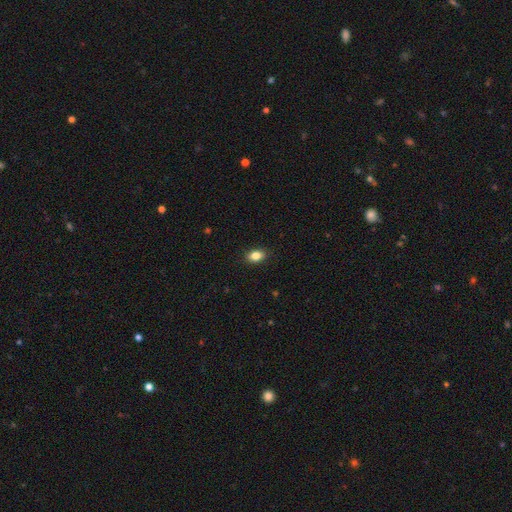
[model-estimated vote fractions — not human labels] A smooth galaxy with no disk features (85%) that is in between round and cigar-shaped (81%). Merging: none (89%).